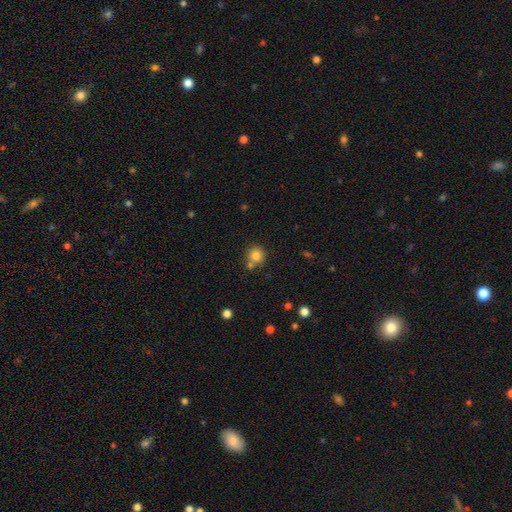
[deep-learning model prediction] A smooth galaxy with no disk features (81%) that is round (91%). Merging: none (66%).